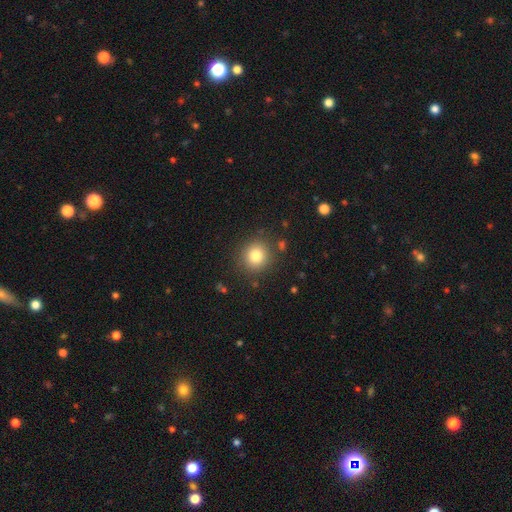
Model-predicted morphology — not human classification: The model was most divided on "smooth or featured": smooth: 80%, star or artifact: 12%, featured or disk: 8%. More confident: how rounded — round (90%); merging — none (87%).